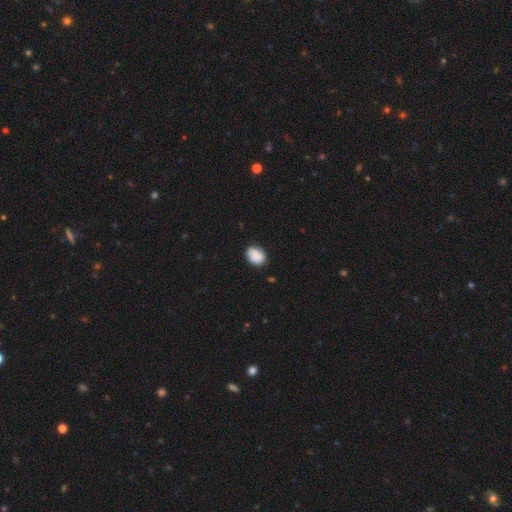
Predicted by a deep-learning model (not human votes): smooth_or_featured: smooth (p=0.85) [alt: star or artifact p=0.08]
how_rounded: in between (p=0.64) [alt: round p=0.35]
merging: none (p=0.76) [alt: minor disturbance p=0.19]